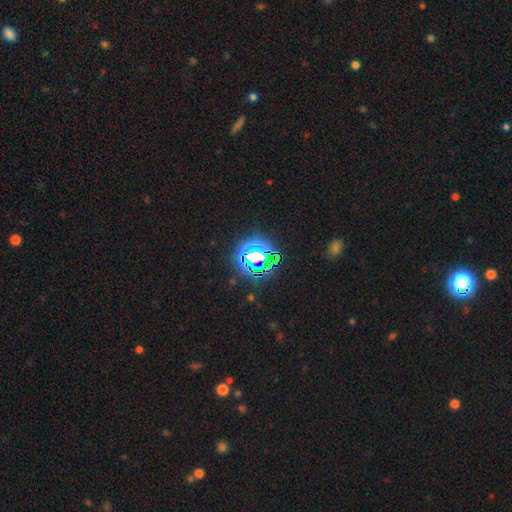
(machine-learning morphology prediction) Smooth or featured: star or artifact — 71% (smooth — 17%)